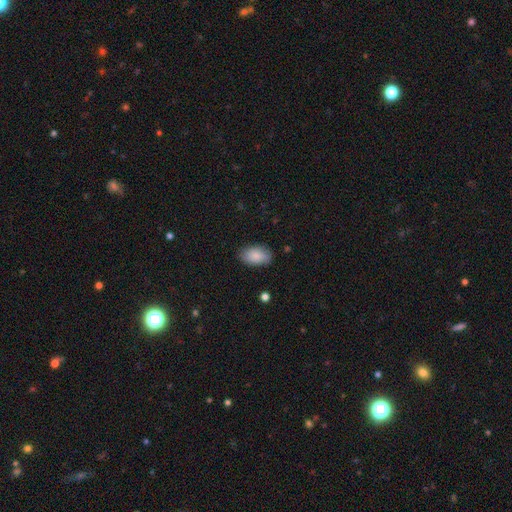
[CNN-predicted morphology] The model was most divided on "merging": none: 82%, minor disturbance: 14%, major disturbance: 3%, merger: 1%. More confident: how rounded — in between (93%); smooth or featured — smooth (87%).